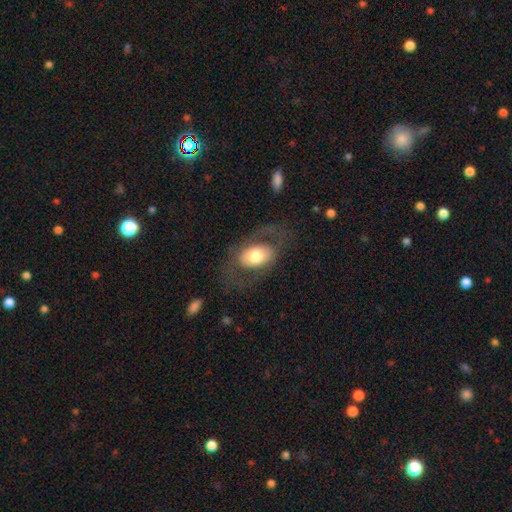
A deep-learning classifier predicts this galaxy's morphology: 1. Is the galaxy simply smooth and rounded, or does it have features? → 48% smooth, 45% featured or disk, 6% star or artifact.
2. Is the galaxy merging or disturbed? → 69% none, 15% major disturbance, 14% minor disturbance, 1% merger.